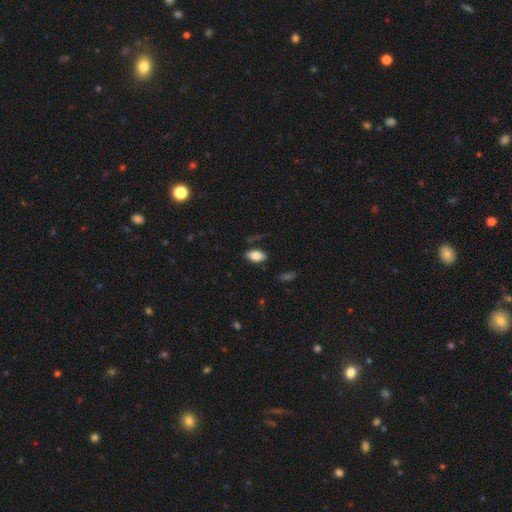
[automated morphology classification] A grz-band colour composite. It shows a smooth galaxy with no disk features (79%) that is in between round and cigar-shaped (92%). Merging: none (82%).